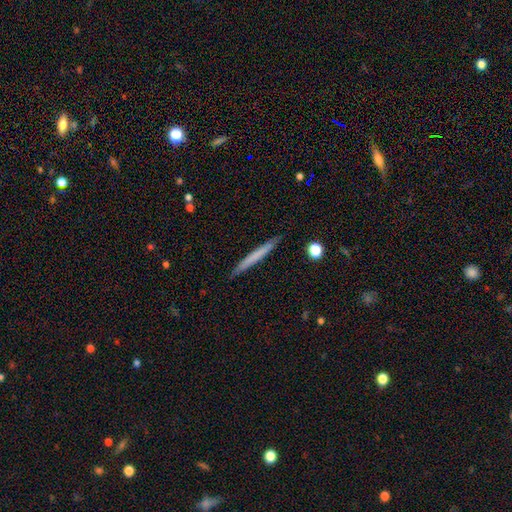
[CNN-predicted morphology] Smooth or featured? smooth (62%)
How rounded? cigar-shaped (97%)
Merging? none (89%)